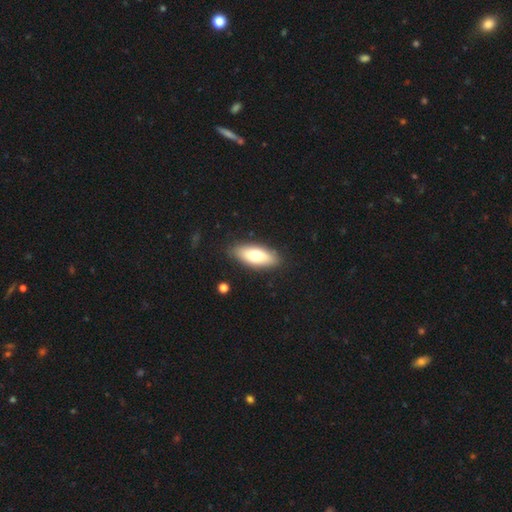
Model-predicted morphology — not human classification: Smooth or featured?
  - smooth: 70% *
  - featured or disk: 24%
  - star or artifact: 6%
How rounded?
  - in between: 78% *
  - cigar-shaped: 19%
  - round: 3%
Merging?
  - none: 87% *
  - minor disturbance: 10%
  - major disturbance: 2%
  - merger: 1%